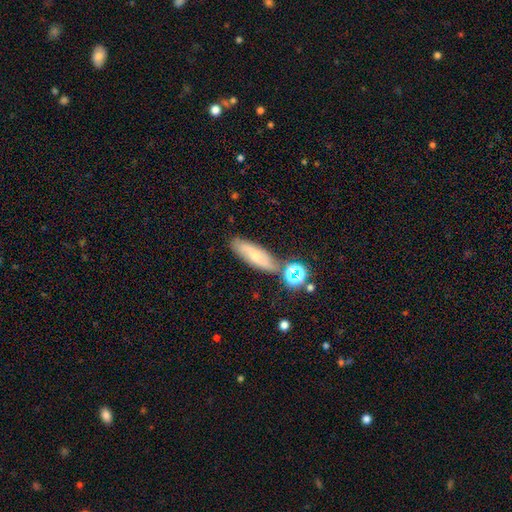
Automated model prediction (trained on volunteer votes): Smooth or featured?
  - smooth: 49% *
  - featured or disk: 38%
  - star or artifact: 12%
Merging?
  - none: 71% *
  - minor disturbance: 16%
  - merger: 9%
  - major disturbance: 4%